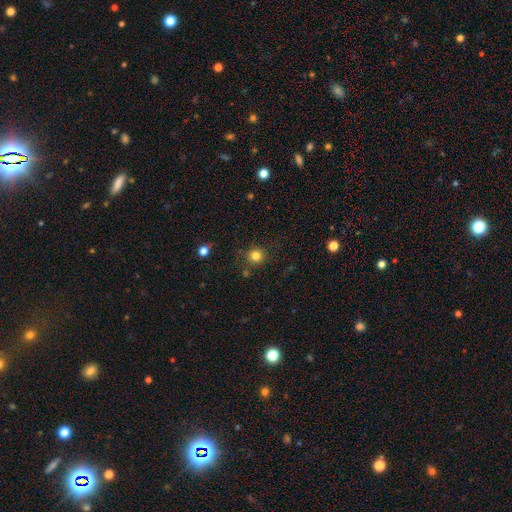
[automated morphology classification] This appears to be a smooth galaxy with no disk features (81%) that is round (93%). Merging: none (85%).